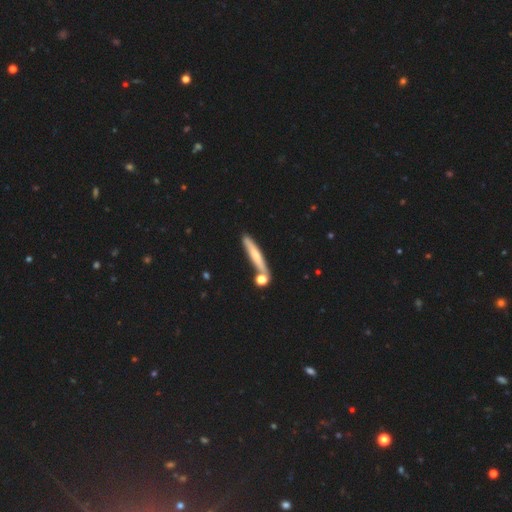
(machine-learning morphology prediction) Smooth or featured? smooth (55%)
How rounded? cigar-shaped (90%)
Merging? none (74%)